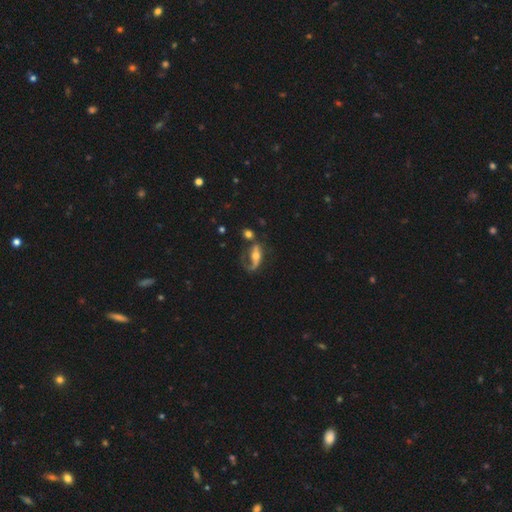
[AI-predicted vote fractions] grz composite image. It shows a featured or disk galaxy (62%) with no bar (53%), spiral arms (72%) and a moderate central bulge (57%). Merging: major disturbance (35%).